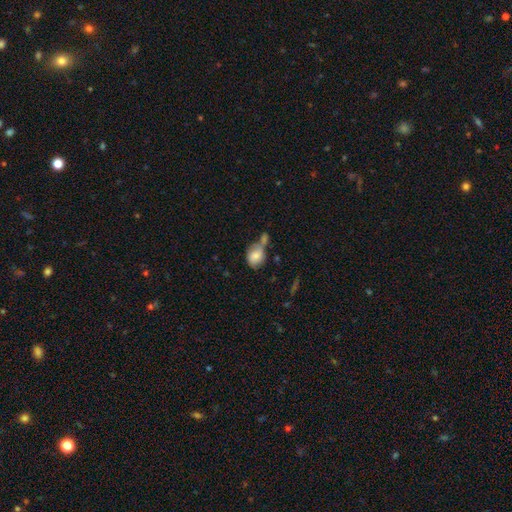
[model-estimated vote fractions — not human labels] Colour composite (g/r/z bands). It shows a smooth galaxy with no disk features (74%) that is in between round and cigar-shaped (52%). Merging: merger (39%).